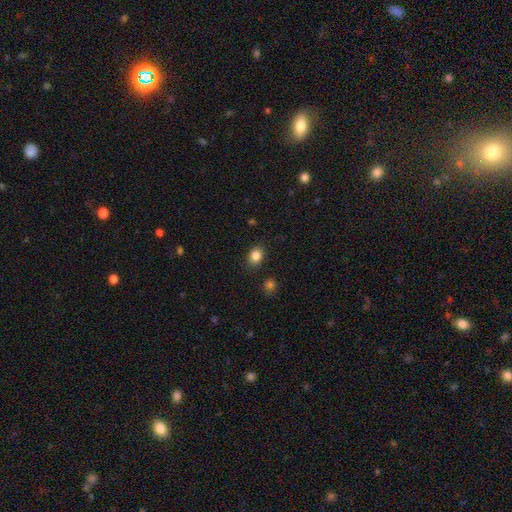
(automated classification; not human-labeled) Smooth or featured? smooth (85%)
How rounded? in between (60%)
Merging? none (85%)